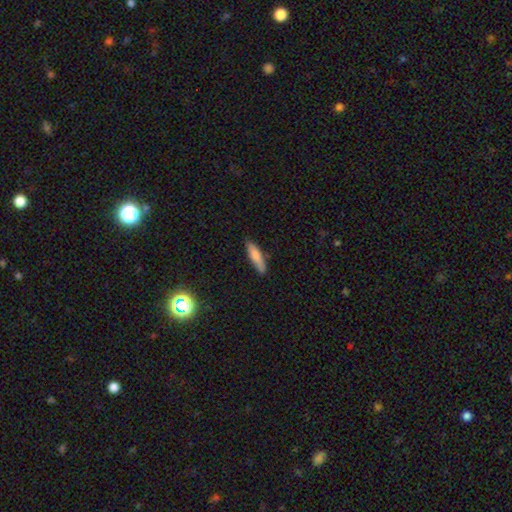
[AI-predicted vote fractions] The model was most divided on "how rounded": cigar-shaped: 75%, in between: 23%, round: 2%. More confident: merging — none (81%); smooth or featured — smooth (79%).